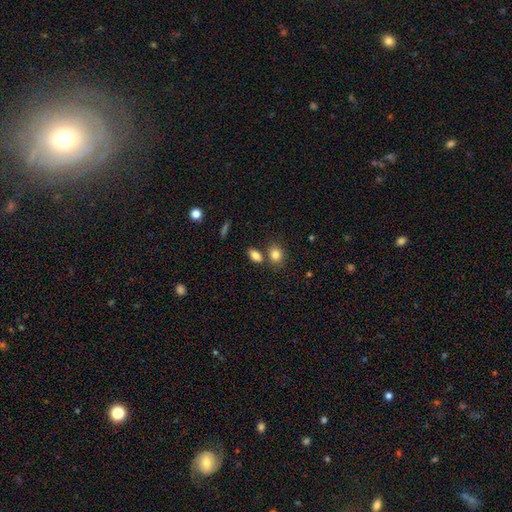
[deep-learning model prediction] A smooth galaxy with no disk features (83%) that is in between round and cigar-shaped (81%). Merging: none (65%).